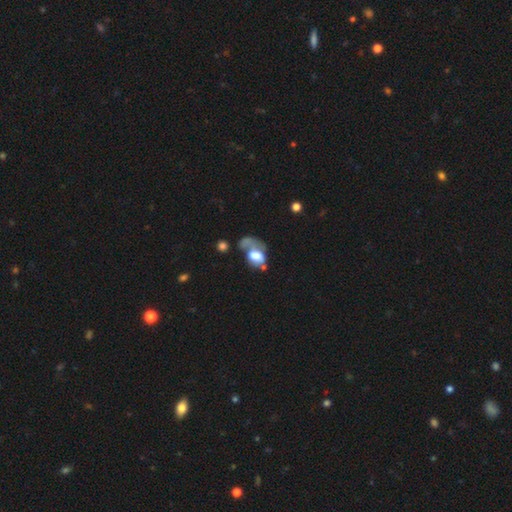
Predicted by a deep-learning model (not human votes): A smooth galaxy with no disk features (52%) that is in between round and cigar-shaped (81%). Merging: major disturbance (42%).